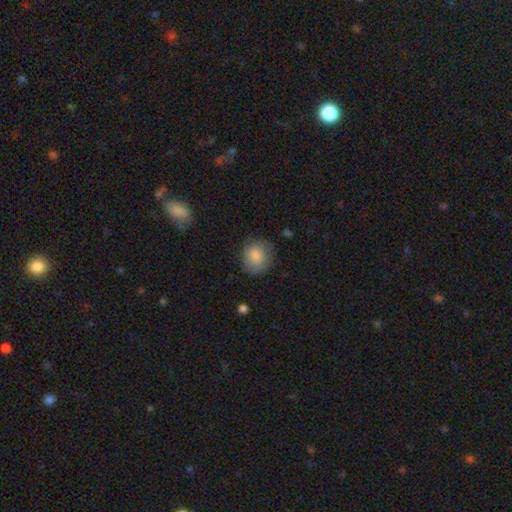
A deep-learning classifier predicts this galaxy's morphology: Q: Smooth or featured?
A: smooth (85%); runner-up: featured or disk (8%)
Q: How rounded?
A: round (75%); runner-up: in between (24%)
Q: Merging?
A: none (75%); runner-up: minor disturbance (18%)